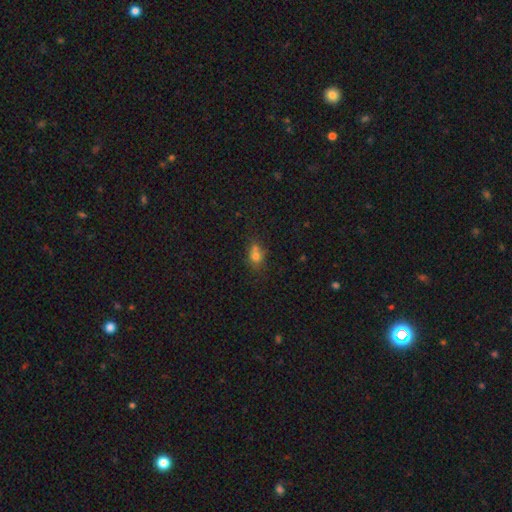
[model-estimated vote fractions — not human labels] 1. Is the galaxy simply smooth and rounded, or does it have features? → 70% smooth, 17% star or artifact, 14% featured or disk.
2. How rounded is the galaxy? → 63% round, 36% in between, 2% cigar-shaped.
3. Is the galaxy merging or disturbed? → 46% none, 35% merger, 13% minor disturbance, 5% major disturbance.